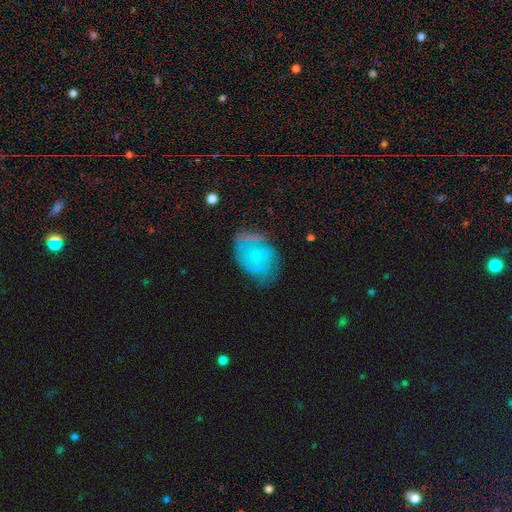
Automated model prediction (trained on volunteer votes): featured or disk 66%, smooth 25%, star or artifact 8%. Down the decision tree: edge-on disk — no (98%); bar — no (58%); spiral arms — yes (84%); spiral arm count — 2 (41%); spiral winding — medium (43%); bulge size — small (58%); merging — none (51%).